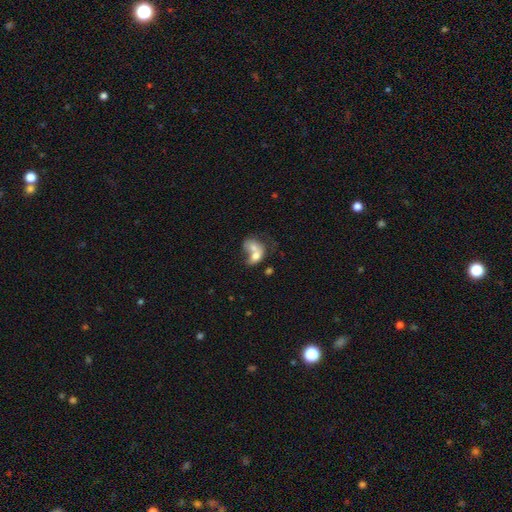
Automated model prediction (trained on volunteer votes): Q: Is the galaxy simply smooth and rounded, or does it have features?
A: smooth — 60%.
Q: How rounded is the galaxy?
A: in between — 73%.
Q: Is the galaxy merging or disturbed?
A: merger — 74%.